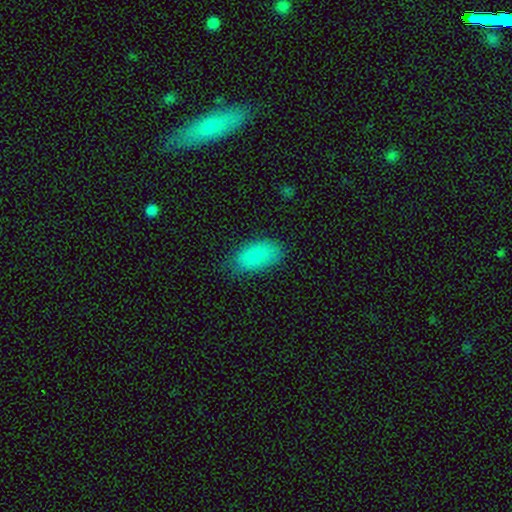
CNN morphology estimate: type=smooth (88%); roundness=in between (93%); merging=none (76%).